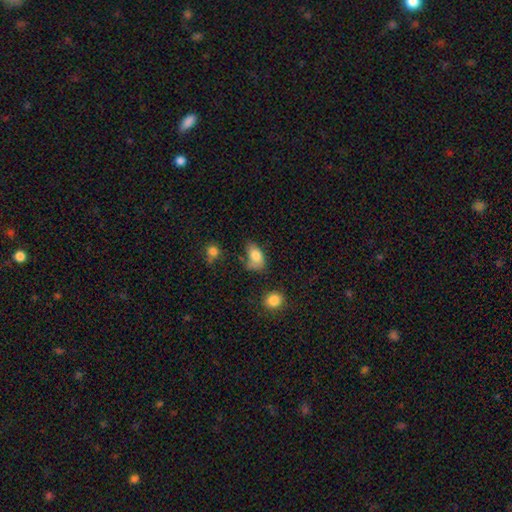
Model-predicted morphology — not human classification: A smooth galaxy with no disk features (80%) that is in between round and cigar-shaped (88%).

Vote fractions:
- Smooth or featured? smooth: 80% / featured or disk: 11% / star or artifact: 9%
- How rounded? in between: 88% / round: 9% / cigar-shaped: 3%
- Merging? none: 42% / minor disturbance: 32% / major disturbance: 15% / merger: 11%